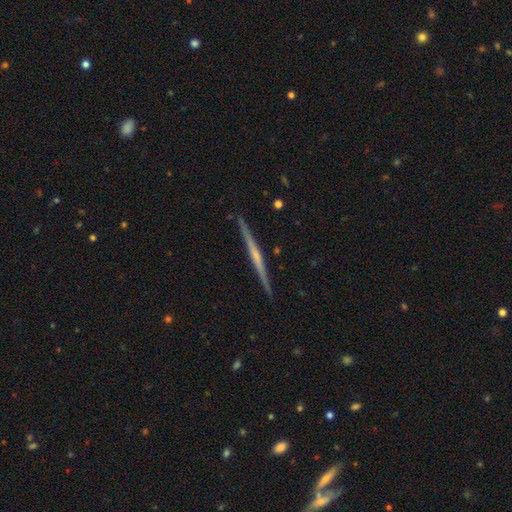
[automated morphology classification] Smooth or featured?
  - featured or disk: 72% *
  - smooth: 22%
  - star or artifact: 5%
Edge-on disk?
  - yes: 98% *
  - no: 2%
Edge-on bulge?
  - none: 62% *
  - rounded: 28%
  - boxy: 9%
Merging?
  - none: 92% *
  - minor disturbance: 6%
  - major disturbance: 1%
  - merger: 1%